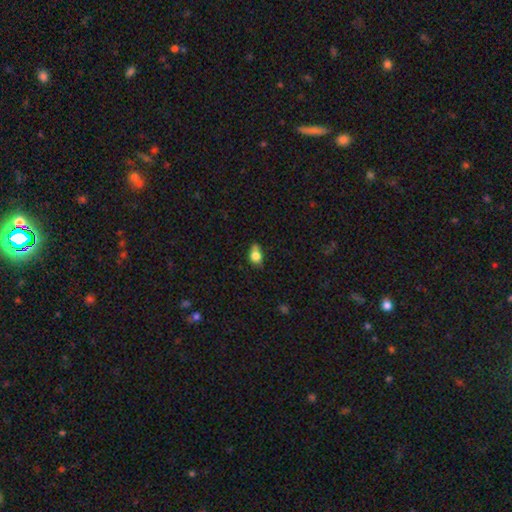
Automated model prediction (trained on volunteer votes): Smooth or featured? smooth (78%)
How rounded? in between (63%)
Merging? none (46%)